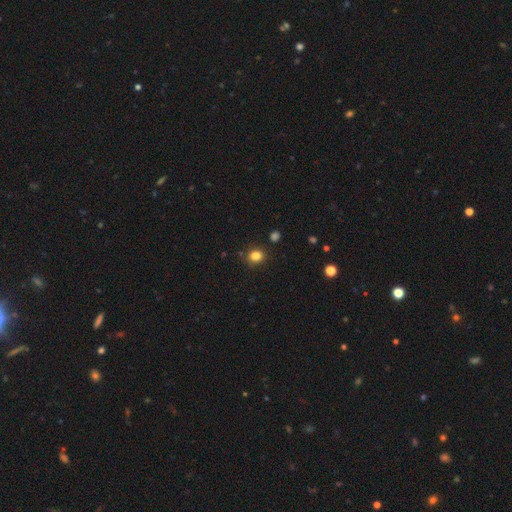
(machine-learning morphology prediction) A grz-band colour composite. It shows a smooth galaxy with no disk features (83%) that is round (66%). Merging: none (84%).